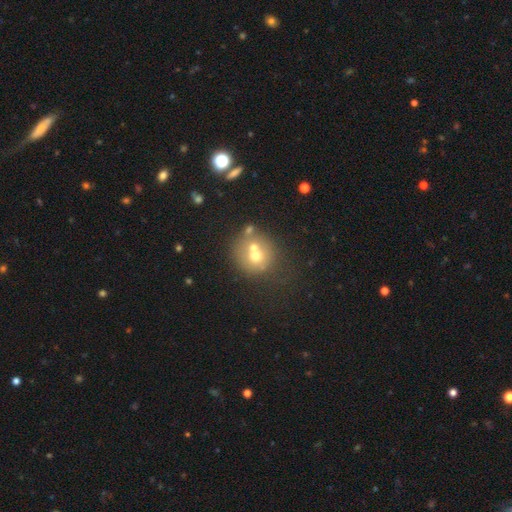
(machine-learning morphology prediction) smooth-or-featured: smooth: 59% | featured or disk: 27% | star or artifact: 14%
  how-rounded: round: 85% | in between: 14% | cigar-shaped: 1%
  merging: merger: 45% | none: 41% | minor disturbance: 9% | major disturbance: 5%